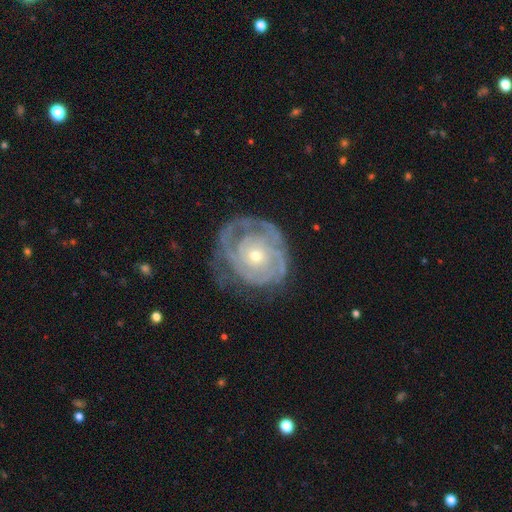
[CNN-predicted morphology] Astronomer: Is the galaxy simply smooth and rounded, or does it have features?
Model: featured or disk — 82%.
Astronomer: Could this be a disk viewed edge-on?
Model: no — 97%.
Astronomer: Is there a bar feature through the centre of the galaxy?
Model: no — 83%.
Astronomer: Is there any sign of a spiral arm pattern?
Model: yes — 86%.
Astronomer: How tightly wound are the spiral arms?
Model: tight — 75%.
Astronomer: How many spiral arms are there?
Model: can't tell — 44% (runner-up: 2, 21%).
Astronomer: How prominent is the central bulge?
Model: small — 61%.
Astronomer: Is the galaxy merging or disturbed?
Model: none — 59%.